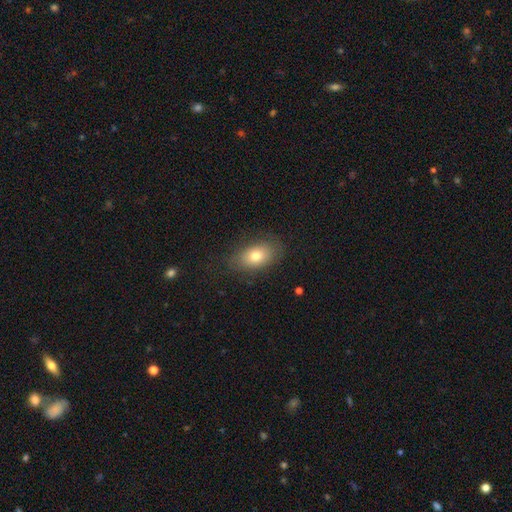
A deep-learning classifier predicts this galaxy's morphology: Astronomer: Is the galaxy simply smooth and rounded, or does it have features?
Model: smooth — 75%.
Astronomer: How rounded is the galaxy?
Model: in between — 84%.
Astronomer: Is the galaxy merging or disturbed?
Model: none — 80%.